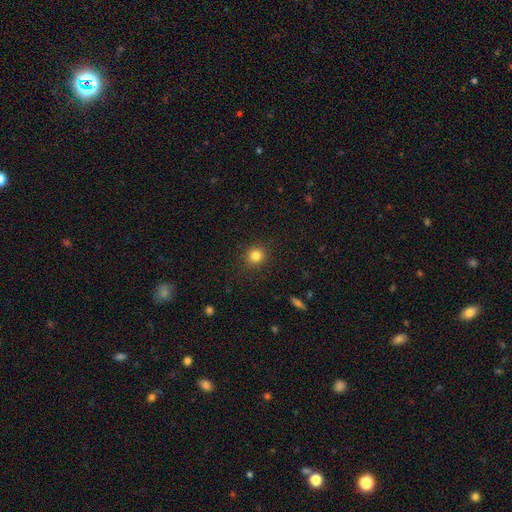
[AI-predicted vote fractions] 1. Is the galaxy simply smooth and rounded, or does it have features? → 83% smooth, 12% star or artifact, 5% featured or disk.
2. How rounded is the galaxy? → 92% round, 7% in between, 1% cigar-shaped.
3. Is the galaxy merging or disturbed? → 90% none, 7% minor disturbance, 2% major disturbance, 1% merger.